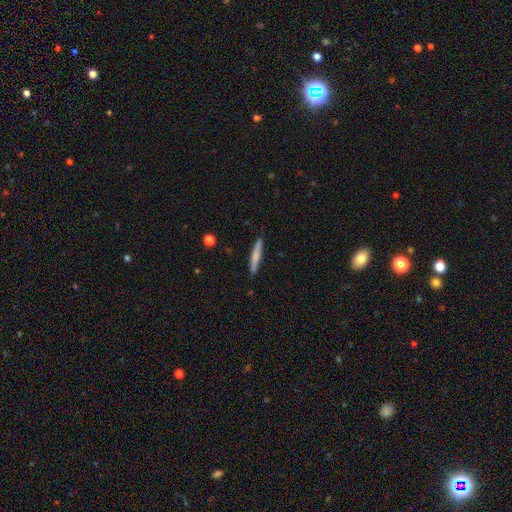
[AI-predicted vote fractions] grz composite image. It shows a smooth galaxy with no disk features (63%) that is cigar-shaped (94%). Merging: none (90%).